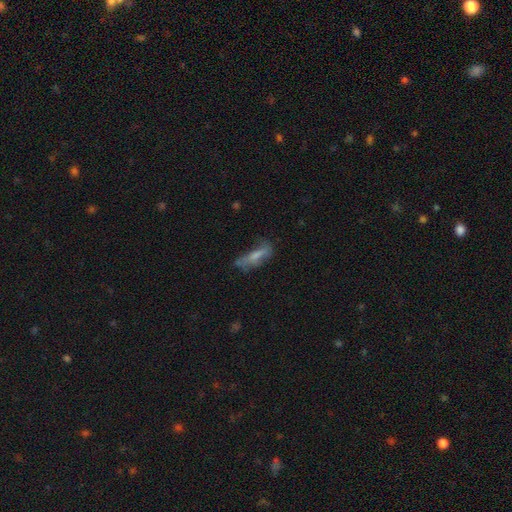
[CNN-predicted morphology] Overall: smooth (56%; featured or disk 34%). How rounded: cigar-shaped (50%; in between 48%). Merging: none (43%; minor disturbance 29%).